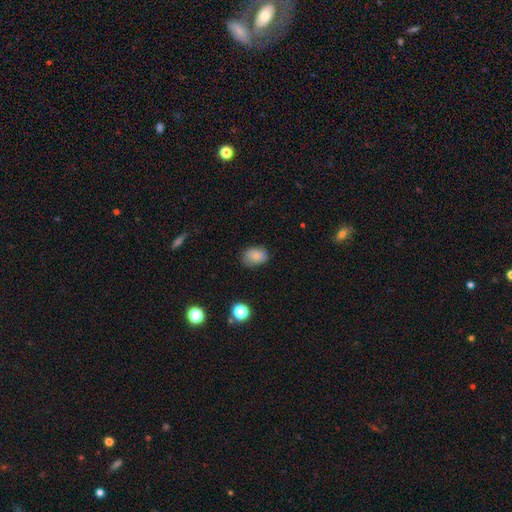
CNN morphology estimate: Smooth or featured: smooth — 75% (featured or disk — 16%)
How rounded: in between — 69% (round — 29%)
Merging: none — 74% (minor disturbance — 20%)